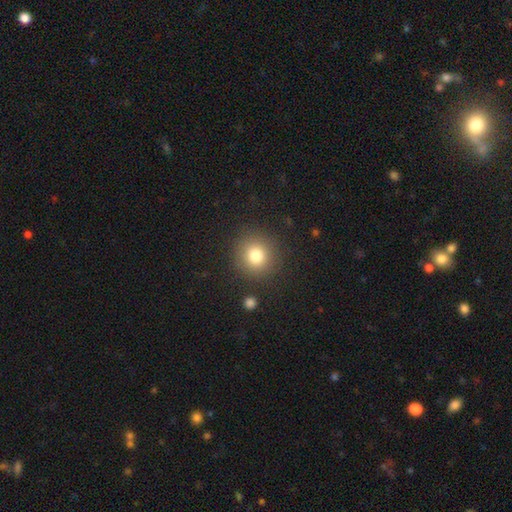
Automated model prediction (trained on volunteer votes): Smooth or featured: smooth — 78% (star or artifact — 13%)
How rounded: round — 93% (in between — 6%)
Merging: none — 88% (minor disturbance — 7%)